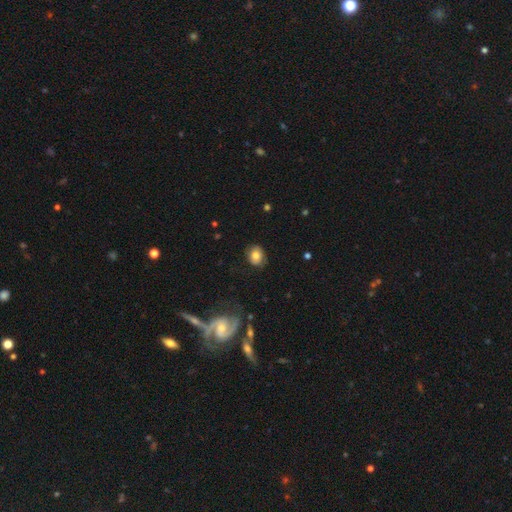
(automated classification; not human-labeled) A smooth galaxy with no disk features (76%) that is round (54%). Merging: none (77%).